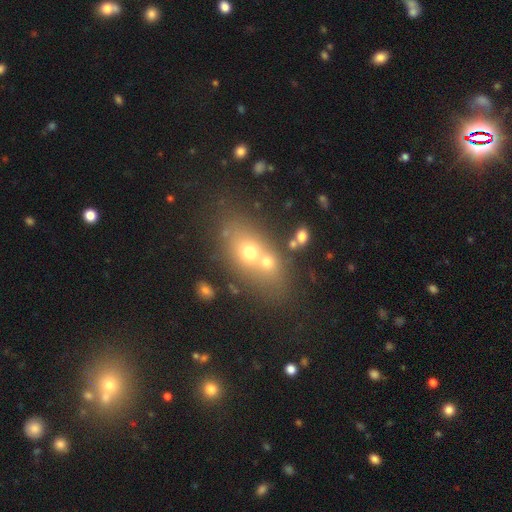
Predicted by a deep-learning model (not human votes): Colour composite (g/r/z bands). It shows a smooth galaxy with no disk features (54%) that is in between round and cigar-shaped (58%). Merging: merger (49%).